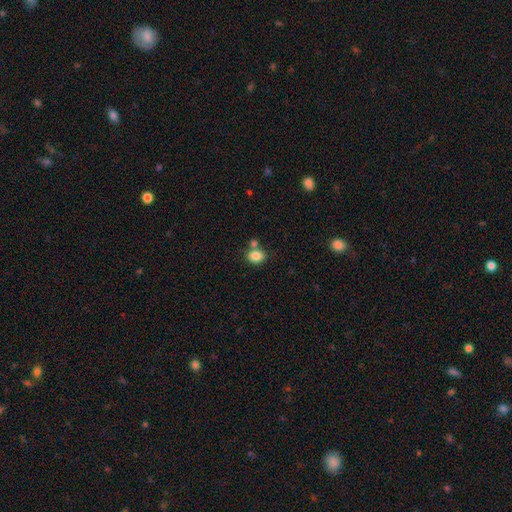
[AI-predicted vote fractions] smooth_or_featured: smooth (p=0.84) [alt: star or artifact p=0.09]
how_rounded: in between (p=0.51) [alt: round p=0.48]
merging: none (p=0.61) [alt: merger p=0.24]